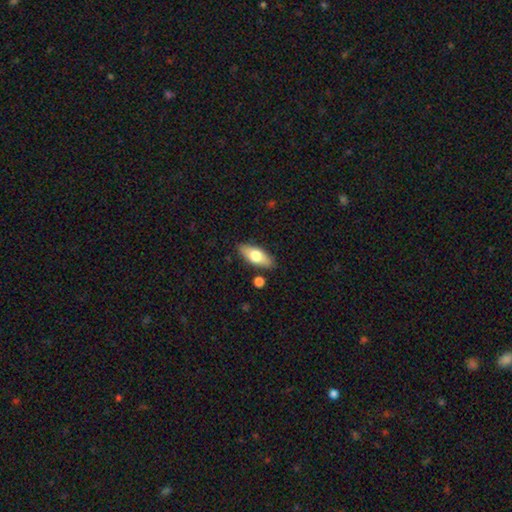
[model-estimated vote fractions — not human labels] Q: Smooth or featured?
A: smooth (66%); runner-up: featured or disk (28%)
Q: How rounded?
A: in between (77%); runner-up: cigar-shaped (20%)
Q: Merging?
A: none (85%); runner-up: minor disturbance (10%)